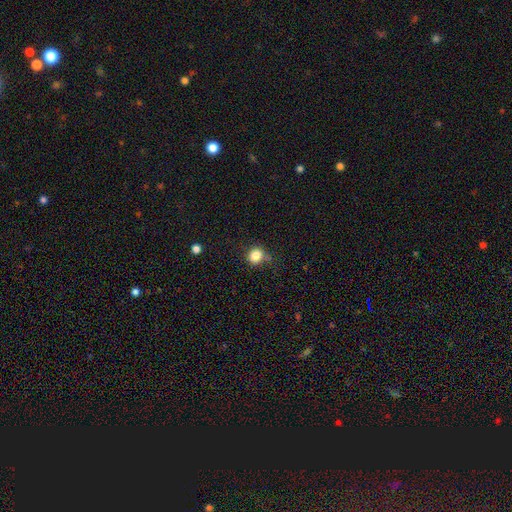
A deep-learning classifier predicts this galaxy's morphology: This appears to be a smooth galaxy with no disk features (83%) that is round (83%). Merging: none (73%).